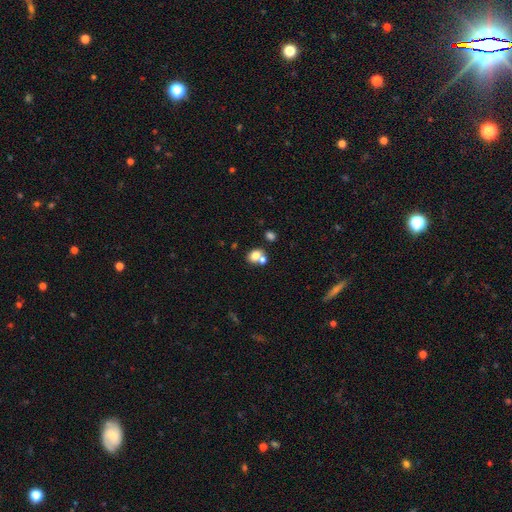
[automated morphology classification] Smooth or featured? Predicted: smooth (p=0.75). How rounded? Predicted: in between (p=0.53). Merging? Predicted: merger (p=0.46).